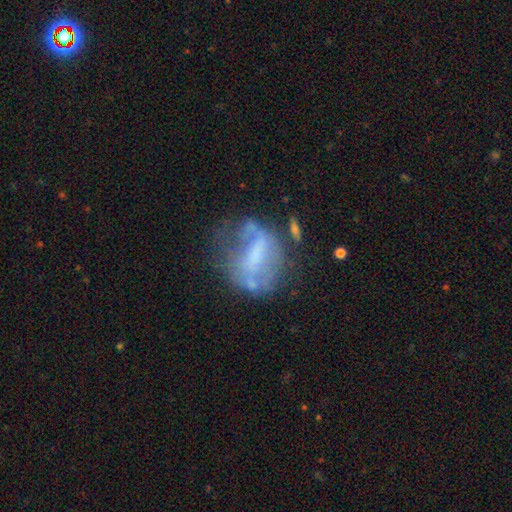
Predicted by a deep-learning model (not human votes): Morphology: type=featured or disk (58%); edge-on=no (94%); bar=no (36%); spiral arms=no (72%); bulge=none (39%); merging=none (39%).